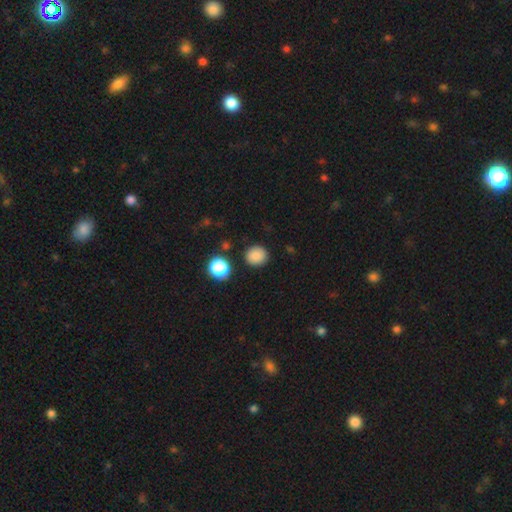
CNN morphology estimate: Smooth or featured? Predicted: smooth (p=0.86). How rounded? Predicted: round (p=0.87). Merging? Predicted: none (p=0.88).